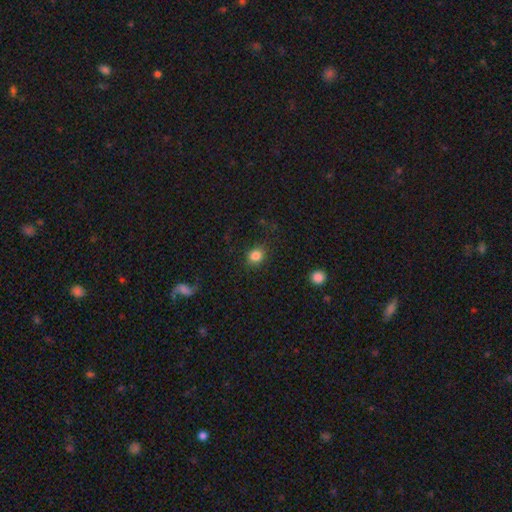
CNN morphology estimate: A smooth galaxy with no disk features (84%) that is round (71%).

Vote fractions:
- Smooth or featured? smooth: 84% / star or artifact: 11% / featured or disk: 5%
- How rounded? round: 71% / in between: 28% / cigar-shaped: 1%
- Merging? none: 84% / minor disturbance: 11% / major disturbance: 4% / merger: 1%